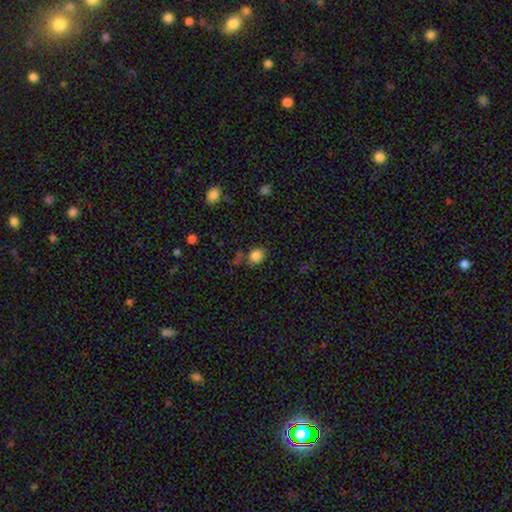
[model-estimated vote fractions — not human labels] smooth_or_featured: smooth (p=0.84) [alt: star or artifact p=0.12]
how_rounded: round (p=0.64) [alt: in between p=0.35]
merging: none (p=0.73) [alt: minor disturbance p=0.16]